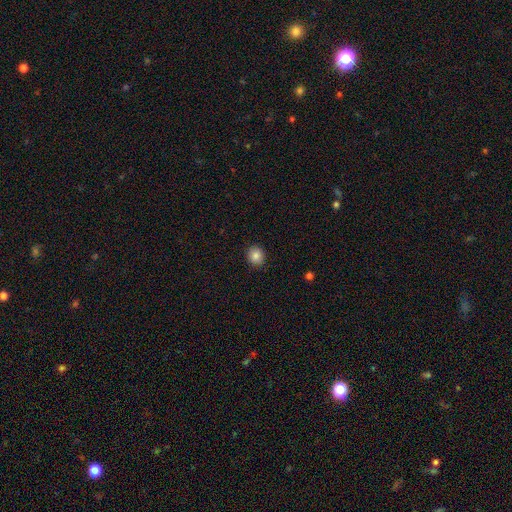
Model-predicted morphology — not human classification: The model was most divided on "how rounded": round: 79%, in between: 20%, cigar-shaped: 1%. More confident: merging — none (91%); smooth or featured — smooth (85%).